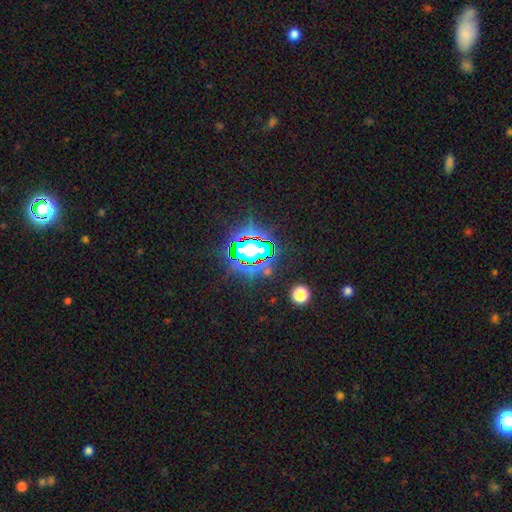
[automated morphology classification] smooth_or_featured: star or artifact (p=0.79) [alt: smooth p=0.12]